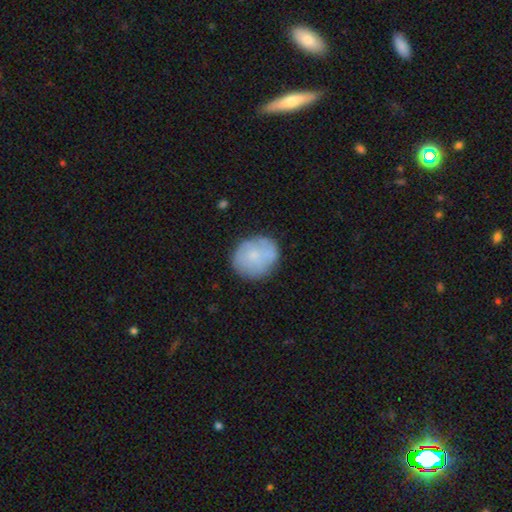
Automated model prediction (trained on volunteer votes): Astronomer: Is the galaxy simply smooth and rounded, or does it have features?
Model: smooth — 68%.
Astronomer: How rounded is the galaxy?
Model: round — 72%.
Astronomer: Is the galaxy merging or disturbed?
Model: none — 75%.